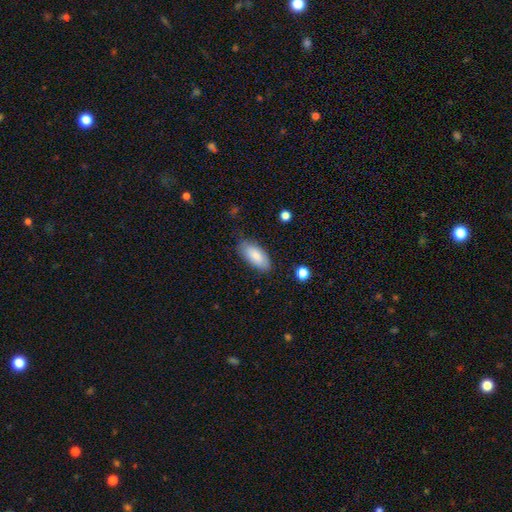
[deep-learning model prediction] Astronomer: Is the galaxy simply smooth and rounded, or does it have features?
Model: smooth — 84%.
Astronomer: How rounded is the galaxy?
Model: in between — 88%.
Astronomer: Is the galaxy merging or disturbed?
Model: none — 78%.